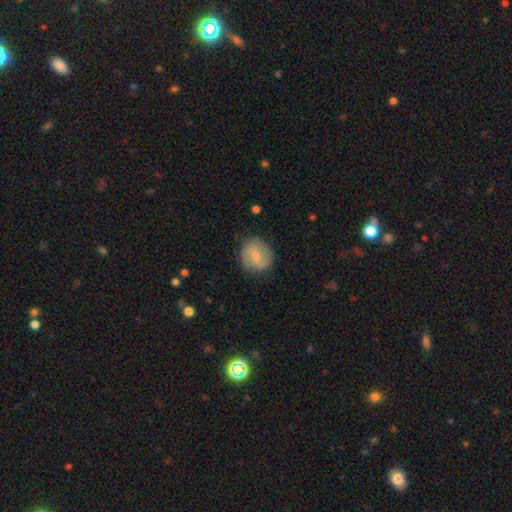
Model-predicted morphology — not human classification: type=featured or disk (47%); merging=none (74%).